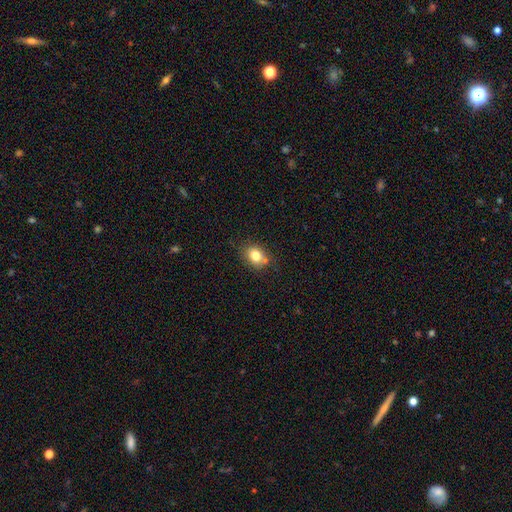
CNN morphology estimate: A smooth galaxy with no disk features (80%) that is in between round and cigar-shaped (53%).

Vote fractions:
- Smooth or featured? smooth: 80% / star or artifact: 10% / featured or disk: 10%
- How rounded? in between: 53% / round: 46% / cigar-shaped: 1%
- Merging? none: 69% / minor disturbance: 18% / merger: 9% / major disturbance: 4%